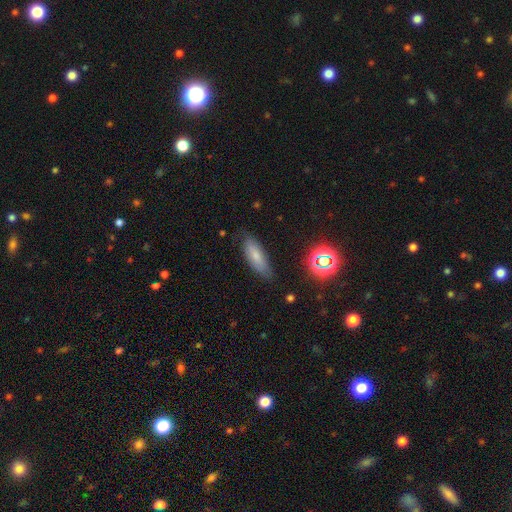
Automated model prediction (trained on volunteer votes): Morphology: type=smooth (68%); roundness=in between (59%); merging=none (75%).